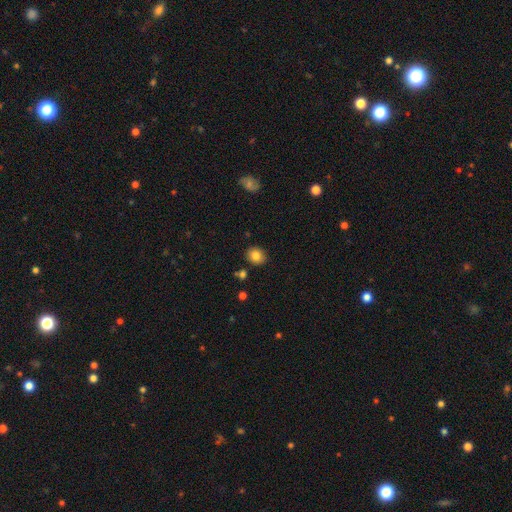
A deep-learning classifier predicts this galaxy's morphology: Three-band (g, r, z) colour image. It shows a smooth galaxy with no disk features (83%) that is round (72%). Merging: none (86%).